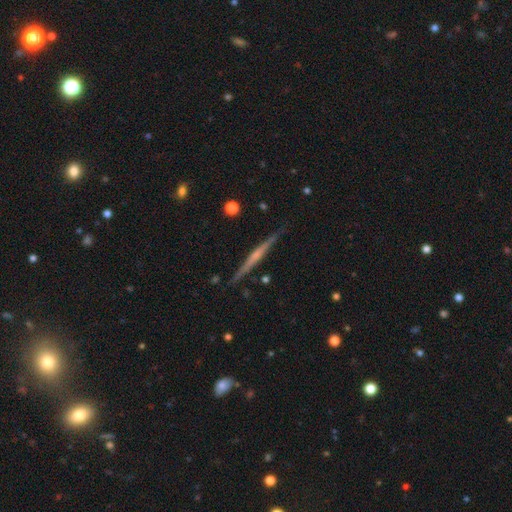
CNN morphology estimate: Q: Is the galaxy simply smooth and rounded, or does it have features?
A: featured or disk — 71%.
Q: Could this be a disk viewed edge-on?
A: yes — 98%.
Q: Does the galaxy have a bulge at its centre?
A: none — 50%.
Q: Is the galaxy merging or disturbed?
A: none — 89%.